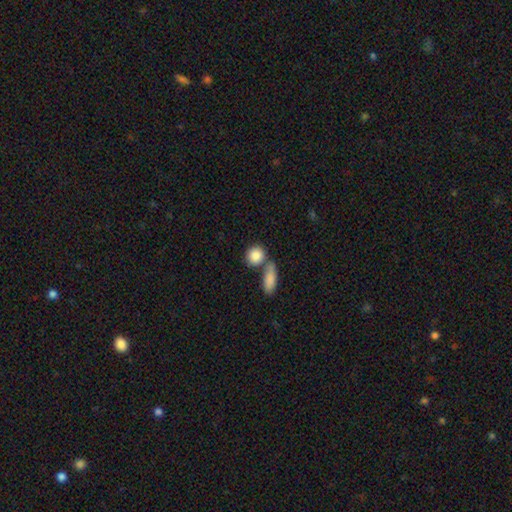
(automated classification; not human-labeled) Morphology: type=smooth (86%); roundness=round (72%); merging=none (57%).